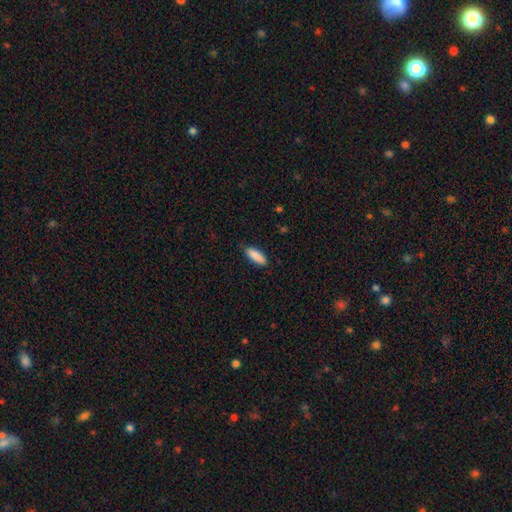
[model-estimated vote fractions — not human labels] A smooth galaxy with no disk features (89%) that is in between round and cigar-shaped (61%).

Vote fractions:
- Smooth or featured? smooth: 89% / star or artifact: 6% / featured or disk: 5%
- How rounded? in between: 61% / cigar-shaped: 38% / round: 2%
- Merging? none: 85% / minor disturbance: 12% / major disturbance: 2% / merger: 1%